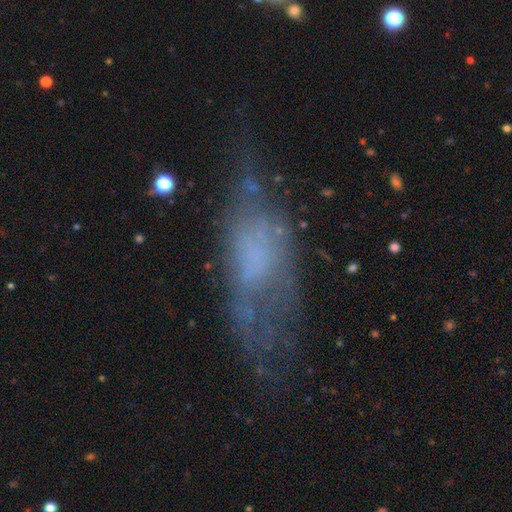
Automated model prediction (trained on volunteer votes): A featured or disk galaxy (50%).

Vote fractions:
- Smooth or featured? featured or disk: 50% / smooth: 37% / star or artifact: 13%
- Edge-on disk? no: 73% / yes: 27%
- Merging? none: 49% / minor disturbance: 26% / major disturbance: 21% / merger: 3%